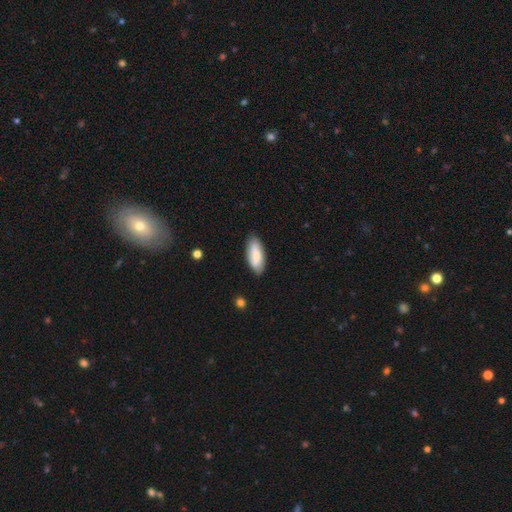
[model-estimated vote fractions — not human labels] This is likely a smooth galaxy (78%). How rounded: clearly in between (80%). Merging: clearly none (83%).